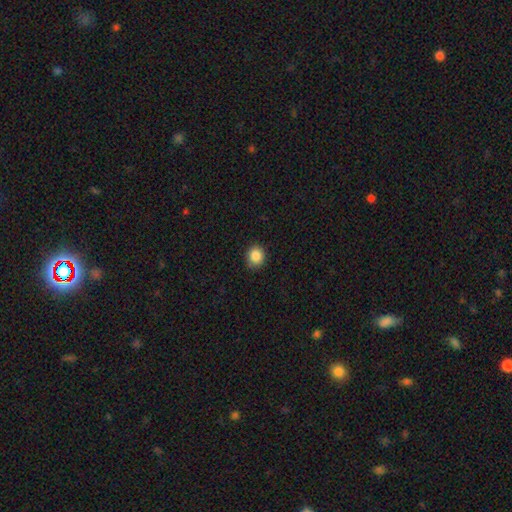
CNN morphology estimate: Smooth or featured? Predicted: smooth (p=0.86). How rounded? Predicted: round (p=0.79). Merging? Predicted: none (p=0.86).